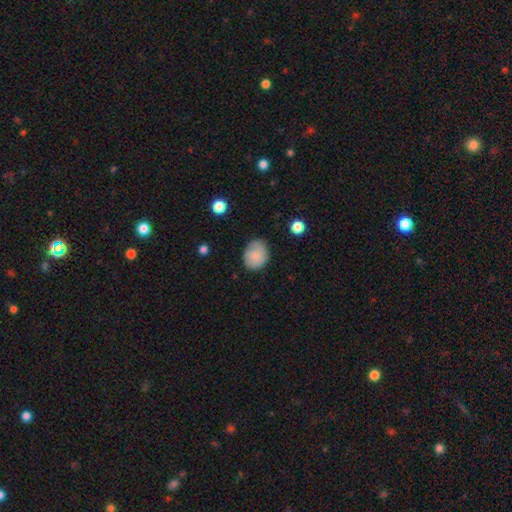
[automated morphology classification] Q: Smooth or featured?
A: smooth (81%); runner-up: featured or disk (11%)
Q: How rounded?
A: in between (50%); runner-up: round (49%)
Q: Merging?
A: none (76%); runner-up: minor disturbance (19%)